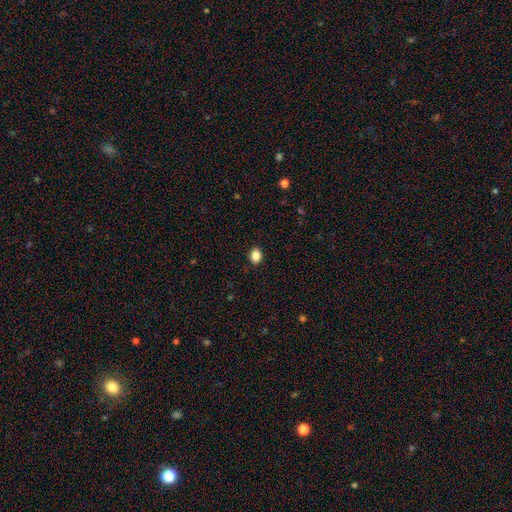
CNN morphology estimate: Smooth or featured? smooth (86%)
How rounded? in between (51%)
Merging? none (90%)